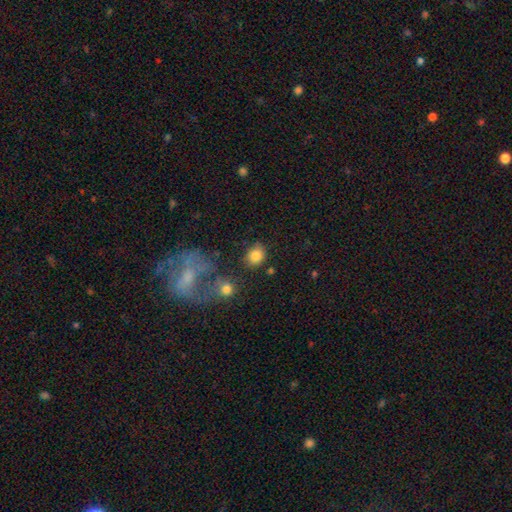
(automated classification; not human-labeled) This appears to be a smooth galaxy with no disk features (83%) that is round (58%). Merging: none (77%).